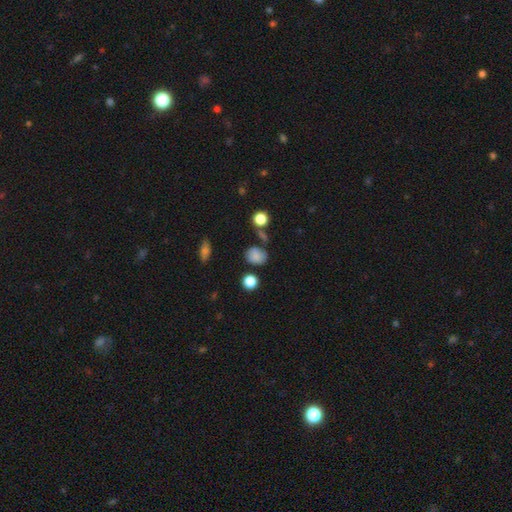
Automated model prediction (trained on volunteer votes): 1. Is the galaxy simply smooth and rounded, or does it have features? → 75% smooth, 13% star or artifact, 12% featured or disk.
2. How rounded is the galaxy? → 50% round, 48% in between, 1% cigar-shaped.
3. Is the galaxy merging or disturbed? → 61% none, 23% minor disturbance, 9% merger, 8% major disturbance.